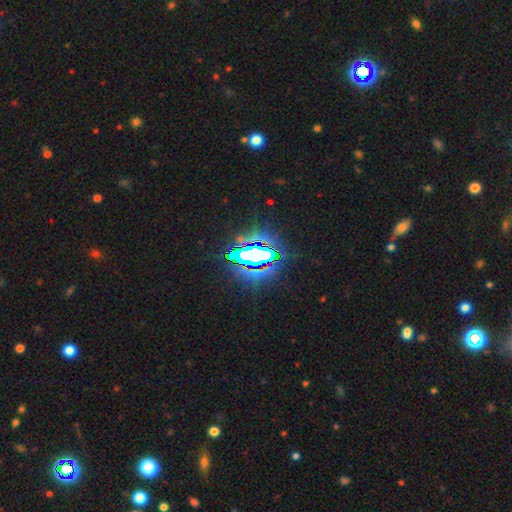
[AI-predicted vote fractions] Smooth or featured? star or artifact (71%)